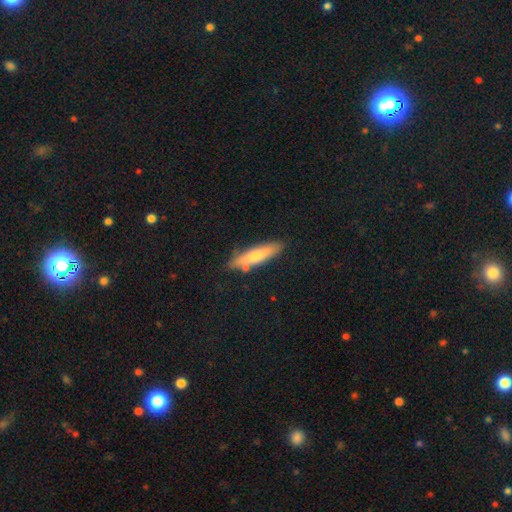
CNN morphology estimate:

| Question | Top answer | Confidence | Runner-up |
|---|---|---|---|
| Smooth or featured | smooth | 60% | featured or disk (33%) |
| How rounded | cigar-shaped | 77% | in between (21%) |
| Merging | none | 78% | minor disturbance (13%) |